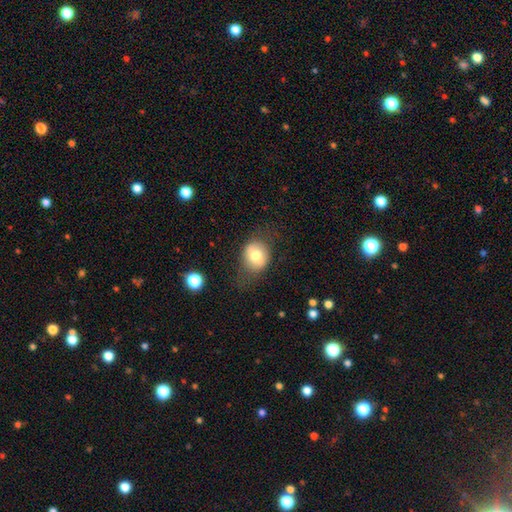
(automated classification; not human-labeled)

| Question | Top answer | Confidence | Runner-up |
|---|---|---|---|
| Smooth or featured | smooth | 71% | featured or disk (20%) |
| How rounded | round | 63% | in between (36%) |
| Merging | none | 67% | minor disturbance (21%) |